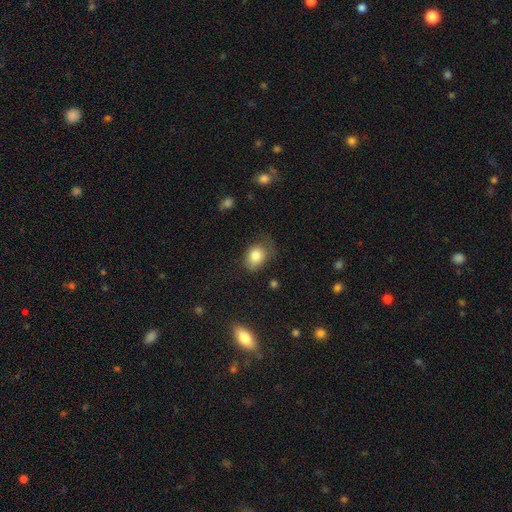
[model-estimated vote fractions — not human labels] smooth 82%, featured or disk 9%, star or artifact 9%. Down the decision tree: how rounded — in between (60%); merging — none (49%).